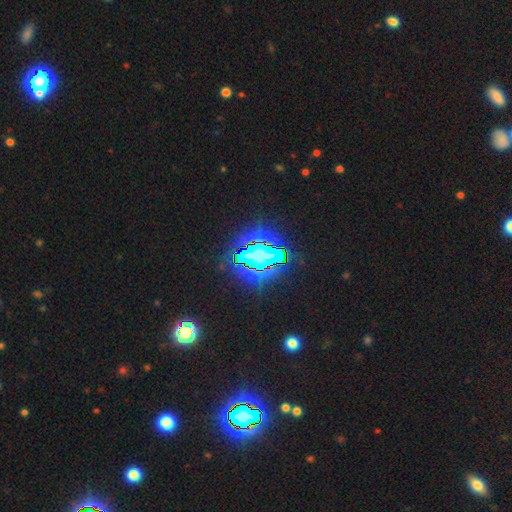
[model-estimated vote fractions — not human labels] star or artifact 70%, smooth 17%, featured or disk 13%.